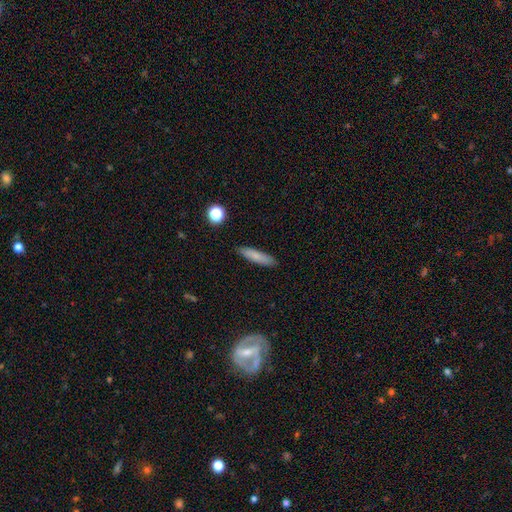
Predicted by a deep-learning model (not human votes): A smooth galaxy with no disk features (78%) that is cigar-shaped (81%).

Vote fractions:
- Smooth or featured? smooth: 78% / featured or disk: 15% / star or artifact: 8%
- How rounded? cigar-shaped: 81% / in between: 17% / round: 2%
- Merging? none: 88% / minor disturbance: 9% / major disturbance: 2% / merger: 1%